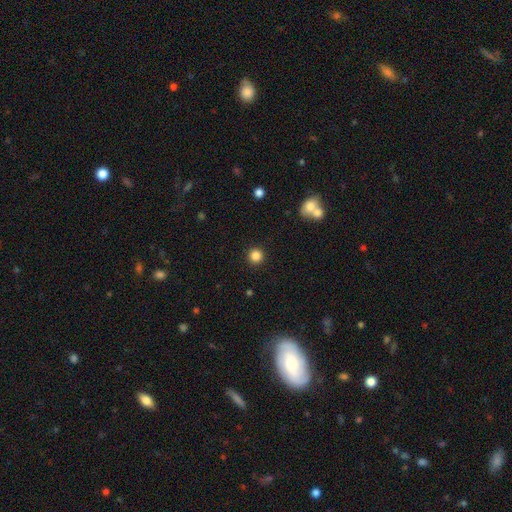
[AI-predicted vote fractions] smooth-or-featured: smooth: 85% | star or artifact: 11% | featured or disk: 4%
  how-rounded: round: 95% | in between: 4% | cigar-shaped: 1%
  merging: none: 92% | minor disturbance: 5% | major disturbance: 2% | merger: 2%